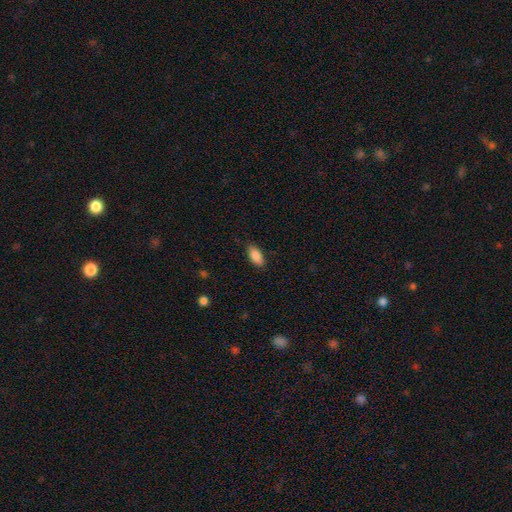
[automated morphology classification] This is clearly a smooth galaxy (87%). How rounded: clearly in between (90%). Merging: clearly none (84%).